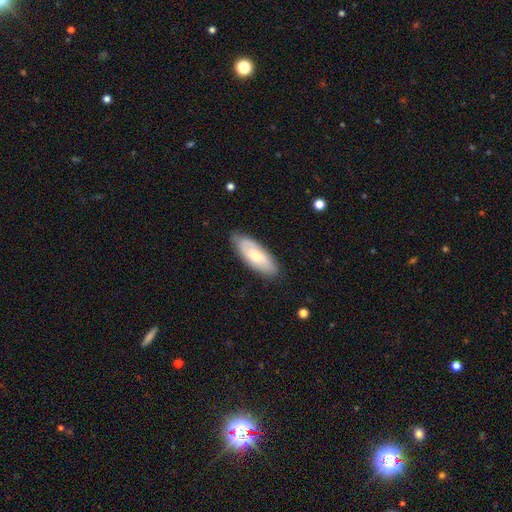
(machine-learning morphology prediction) This appears to be a smooth galaxy with no disk features (58%) that is in between round and cigar-shaped (74%). Merging: none (79%).